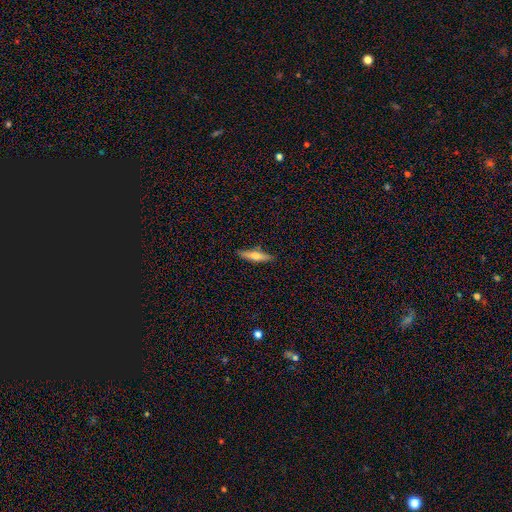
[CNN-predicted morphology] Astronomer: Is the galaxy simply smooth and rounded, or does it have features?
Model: smooth — 49% (runner-up: featured or disk, 44%).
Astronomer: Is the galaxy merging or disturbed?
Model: none — 85%.